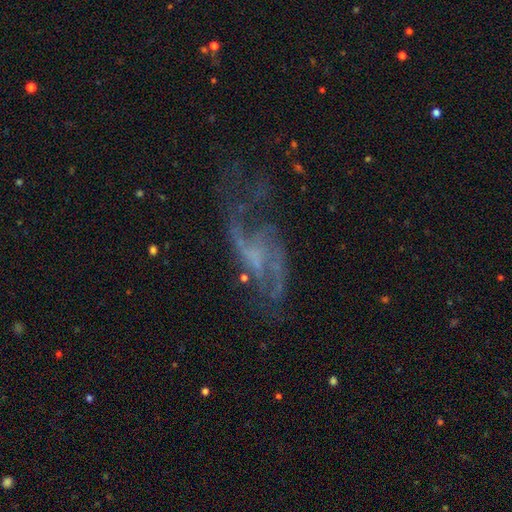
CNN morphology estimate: type=featured or disk (77%); edge-on=no (94%); bar=no (53%); spiral arms=yes (80%); winding=loose (67%); arm count=2 (58%); bulge=none (60%); merging=none (44%).